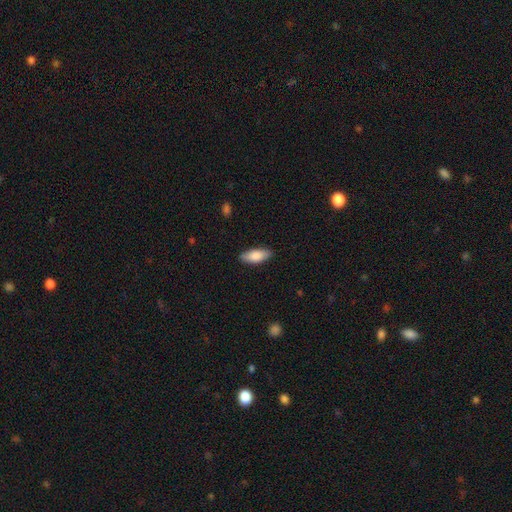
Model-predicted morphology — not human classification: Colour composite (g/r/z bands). It shows a smooth galaxy with no disk features (83%) that is in between round and cigar-shaped (79%). Merging: none (87%).